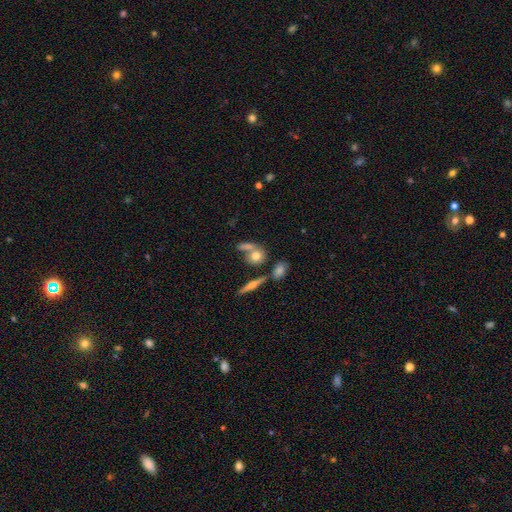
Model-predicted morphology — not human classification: This is likely a smooth galaxy (69%). How rounded: possibly round (56%). Merging: possibly none (50%).